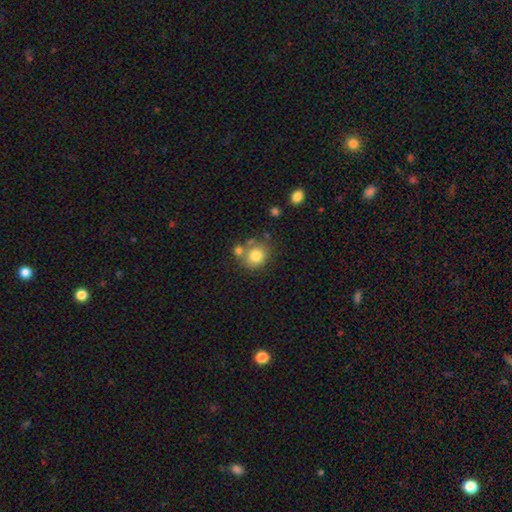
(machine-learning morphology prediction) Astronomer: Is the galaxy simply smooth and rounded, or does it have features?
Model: smooth — 79%.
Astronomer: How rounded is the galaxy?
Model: round — 81%.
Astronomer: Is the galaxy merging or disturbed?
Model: none — 60%.